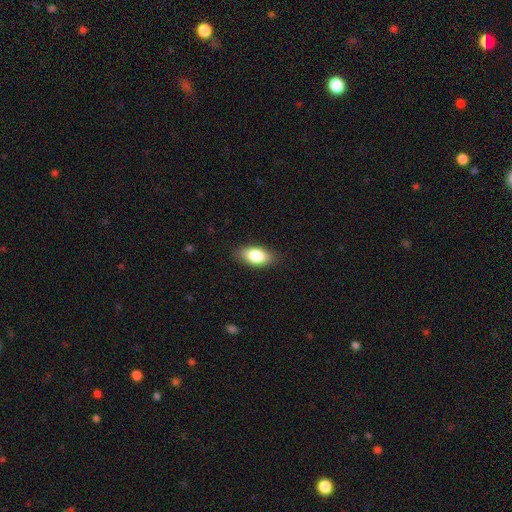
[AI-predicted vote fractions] This appears to be a smooth galaxy with no disk features (83%) that is in between round and cigar-shaped (90%). Merging: none (85%).